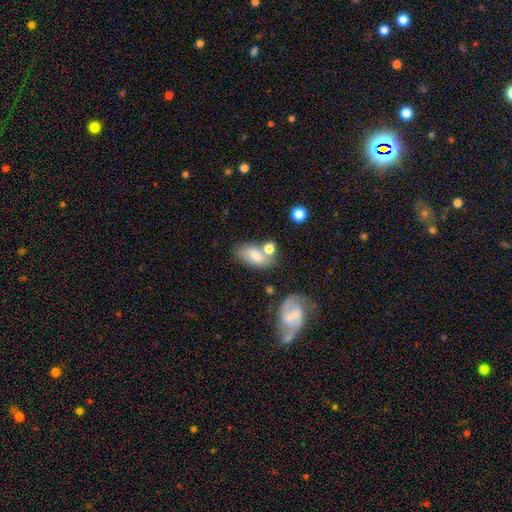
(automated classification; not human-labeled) Smooth or featured?
  - smooth: 76% *
  - featured or disk: 16%
  - star or artifact: 8%
How rounded?
  - in between: 88% *
  - round: 7%
  - cigar-shaped: 5%
Merging?
  - none: 49% *
  - merger: 26%
  - minor disturbance: 18%
  - major disturbance: 8%